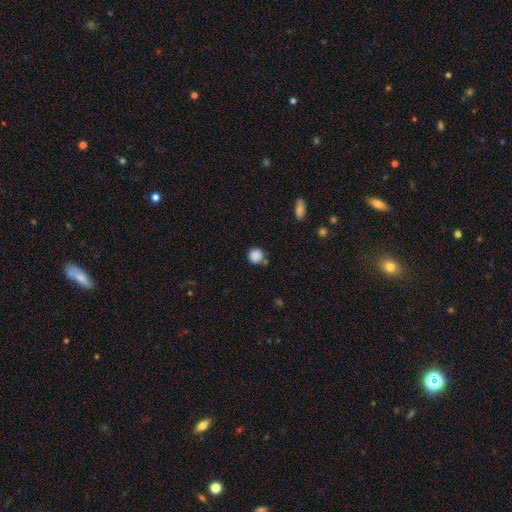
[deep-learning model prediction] The model was most divided on "merging": none: 78%, minor disturbance: 13%, merger: 6%, major disturbance: 3%. More confident: how rounded — round (92%); smooth or featured — smooth (87%).